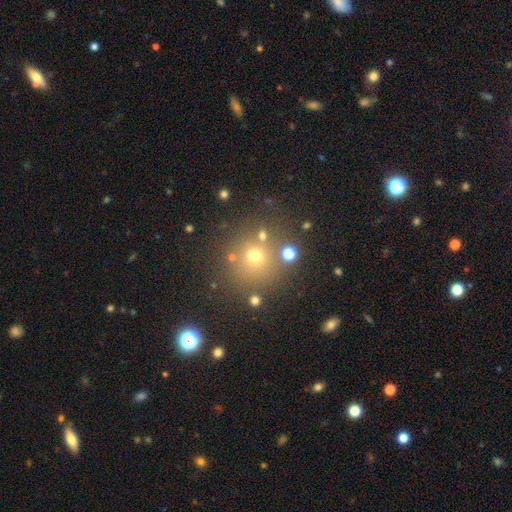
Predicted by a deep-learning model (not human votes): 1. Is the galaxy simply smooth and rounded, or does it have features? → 61% smooth, 27% star or artifact, 12% featured or disk.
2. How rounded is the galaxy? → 92% round, 7% in between, 1% cigar-shaped.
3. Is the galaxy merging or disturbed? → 78% none, 9% minor disturbance, 9% merger, 5% major disturbance.